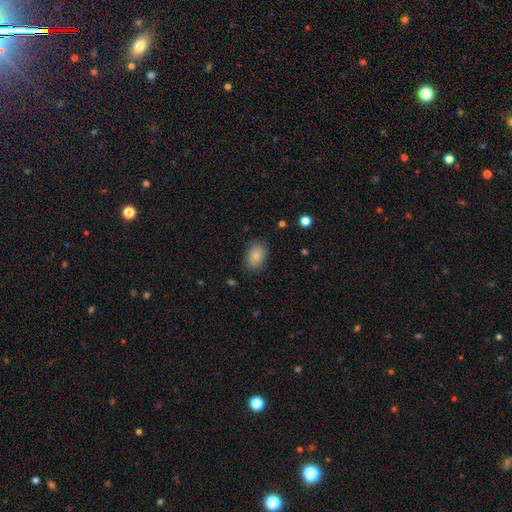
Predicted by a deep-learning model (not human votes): Smooth or featured?
  - smooth: 86% *
  - star or artifact: 8%
  - featured or disk: 7%
How rounded?
  - in between: 79% *
  - round: 20%
  - cigar-shaped: 1%
Merging?
  - none: 82% *
  - minor disturbance: 13%
  - major disturbance: 4%
  - merger: 1%